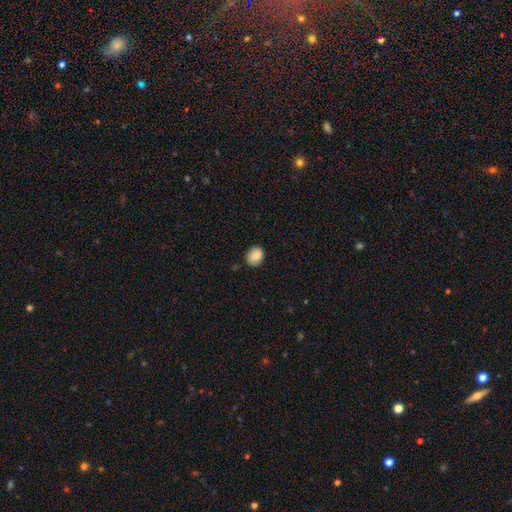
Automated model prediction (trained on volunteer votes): A smooth galaxy with no disk features (83%) that is round (70%). Merging: none (81%).